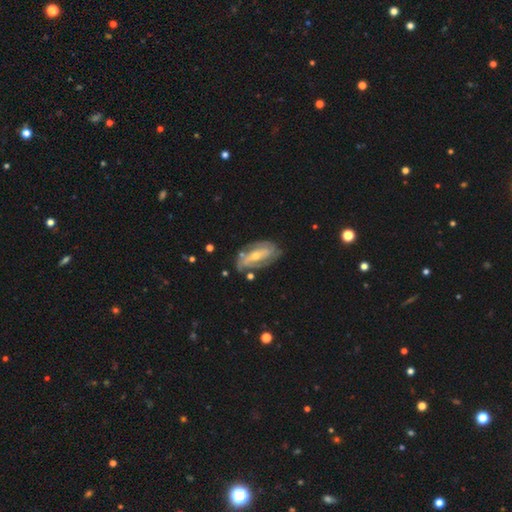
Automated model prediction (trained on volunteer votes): Smooth or featured: featured or disk — 77% (smooth — 16%)
Edge-on disk: no — 90% (yes — 10%)
Bar: weak — 36% (no — 33%)
Spiral arms: yes — 84% (no — 16%)
Spiral winding: tight — 50% (medium — 35%)
Spiral arm count: 2 — 50% (can't tell — 30%)
Bulge size: small — 49% (moderate — 47%)
Merging: none — 69% (minor disturbance — 20%)